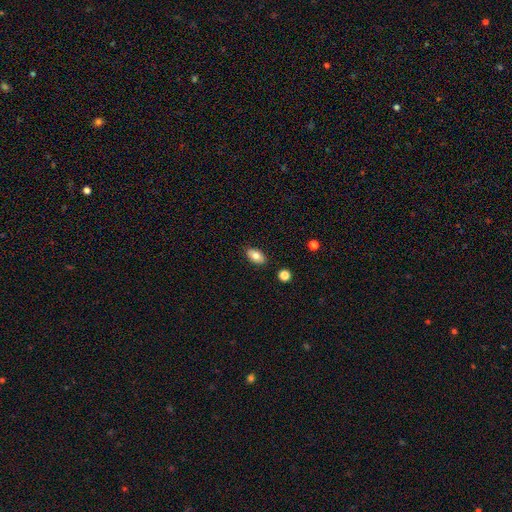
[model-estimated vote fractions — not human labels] Morphology: type=smooth (79%); roundness=in between (92%); merging=none (87%).